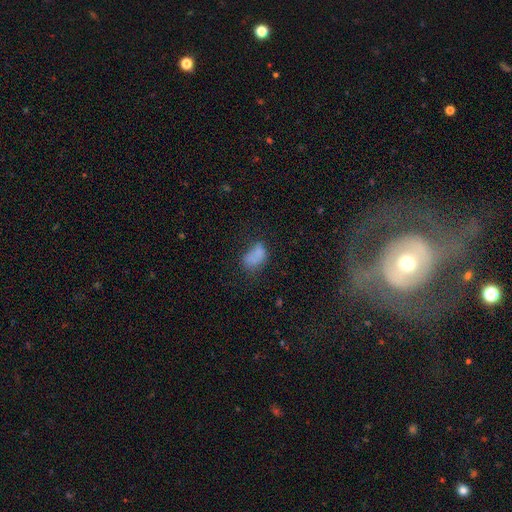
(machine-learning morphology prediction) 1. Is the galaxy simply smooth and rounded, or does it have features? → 73% smooth, 14% featured or disk, 13% star or artifact.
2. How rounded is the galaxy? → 86% in between, 12% round, 2% cigar-shaped.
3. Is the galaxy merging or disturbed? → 38% none, 28% minor disturbance, 22% major disturbance, 12% merger.